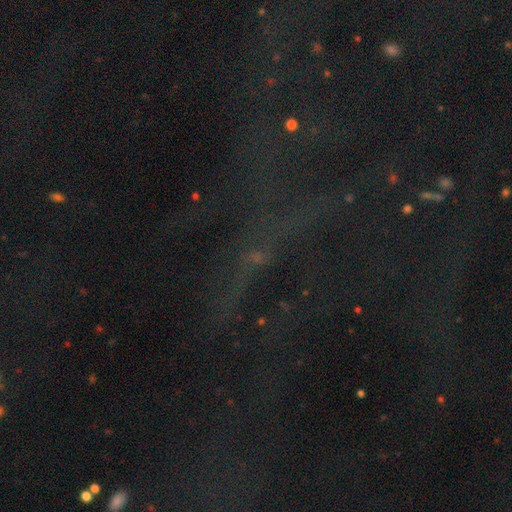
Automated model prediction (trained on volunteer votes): smooth-or-featured: star or artifact: 74% | smooth: 14% | featured or disk: 12%